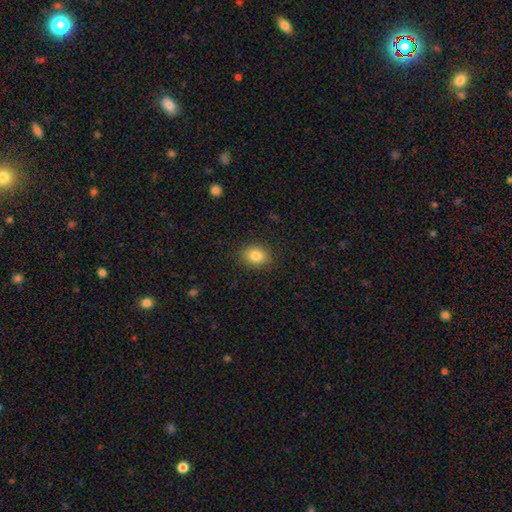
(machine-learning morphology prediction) smooth 84%, star or artifact 10%, featured or disk 7%. Down the decision tree: how rounded — in between (61%); merging — none (87%).